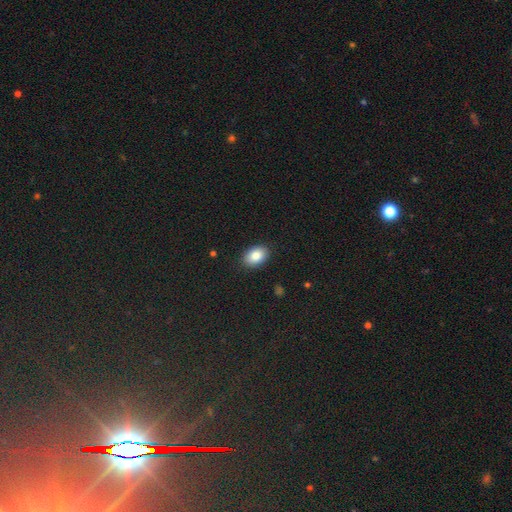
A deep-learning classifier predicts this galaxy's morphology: Smooth or featured?
  - smooth: 85% *
  - star or artifact: 8%
  - featured or disk: 7%
How rounded?
  - in between: 82% *
  - round: 17%
  - cigar-shaped: 1%
Merging?
  - none: 88% *
  - minor disturbance: 9%
  - major disturbance: 2%
  - merger: 1%